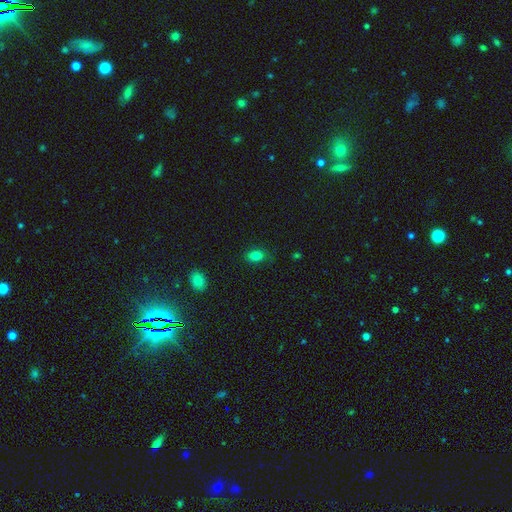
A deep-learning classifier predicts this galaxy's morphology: Smooth or featured? Predicted: smooth (p=0.82). How rounded? Predicted: in between (p=0.78). Merging? Predicted: none (p=0.80).